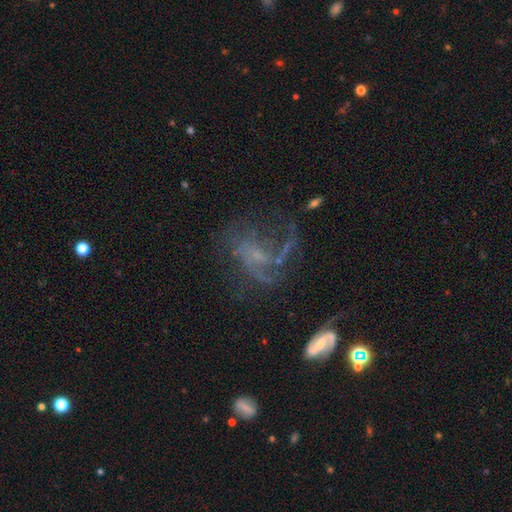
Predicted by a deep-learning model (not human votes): Smooth or featured? featured or disk (71%)
Edge-on disk? no (97%)
Bar? no (60%)
Spiral arms? yes (77%)
Spiral winding? loose (52%)
Spiral arm count? can't tell (28%)
Bulge size? small (46%)
Merging? major disturbance (41%)